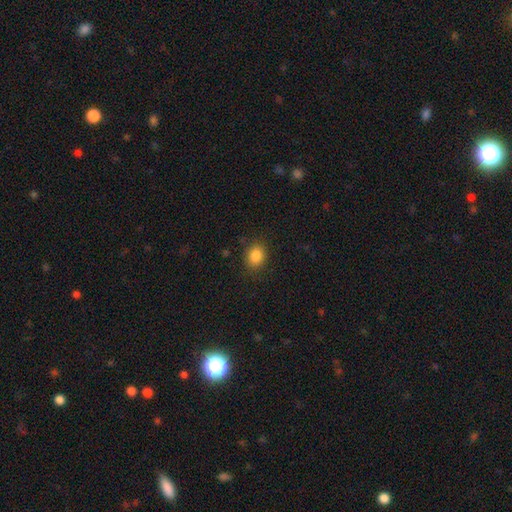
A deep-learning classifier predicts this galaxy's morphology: smooth-or-featured: smooth: 85% | star or artifact: 10% | featured or disk: 4%
  how-rounded: round: 57% | in between: 42% | cigar-shaped: 1%
  merging: none: 85% | minor disturbance: 11% | major disturbance: 3% | merger: 1%